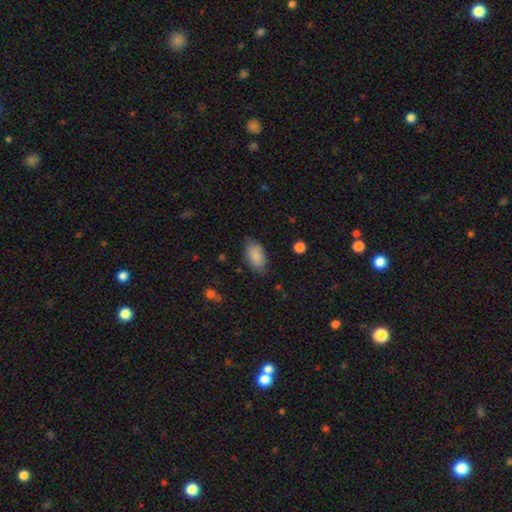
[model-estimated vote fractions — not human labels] This is clearly a smooth galaxy (86%). How rounded: clearly in between (93%). Merging: likely none (74%).